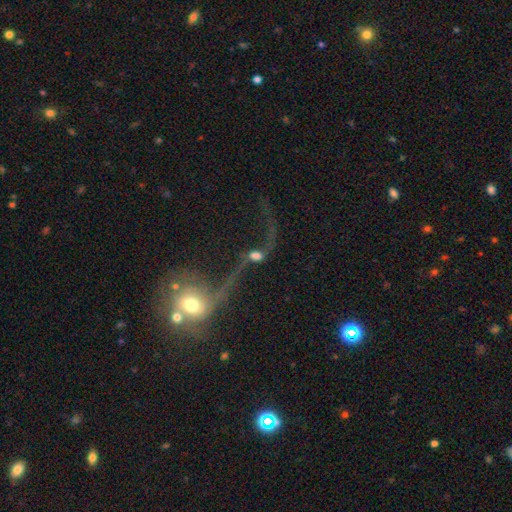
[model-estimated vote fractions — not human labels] This is likely a featured or disk galaxy (66%). It is clearly not viewed edge-on (86%). Bar: possibly no (58%). Spiral arm pattern: likely yes (80%). Central bulge: marginally large (33%). Merging: marginally merger (35%).